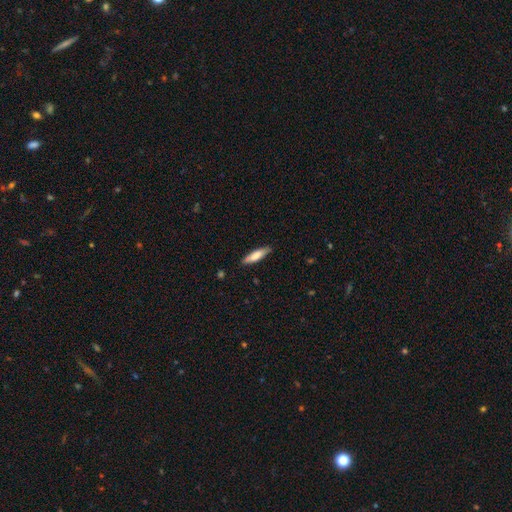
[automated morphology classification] Smooth or featured?
  - smooth: 72% *
  - featured or disk: 22%
  - star or artifact: 6%
How rounded?
  - cigar-shaped: 70% *
  - in between: 28%
  - round: 1%
Merging?
  - none: 82% *
  - minor disturbance: 14%
  - major disturbance: 2%
  - merger: 2%